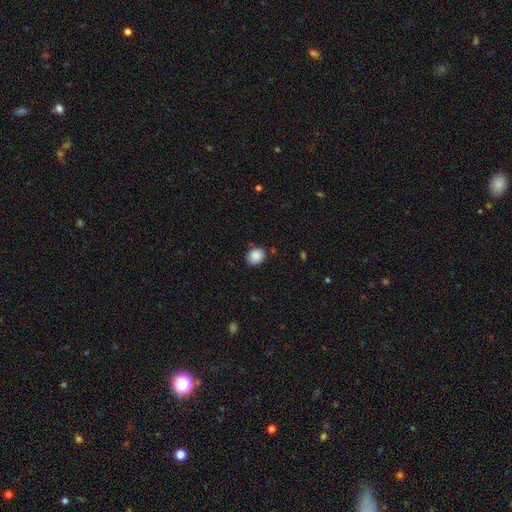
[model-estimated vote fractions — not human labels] This is clearly a smooth galaxy (88%). How rounded: likely round (68%). Merging: clearly none (81%).